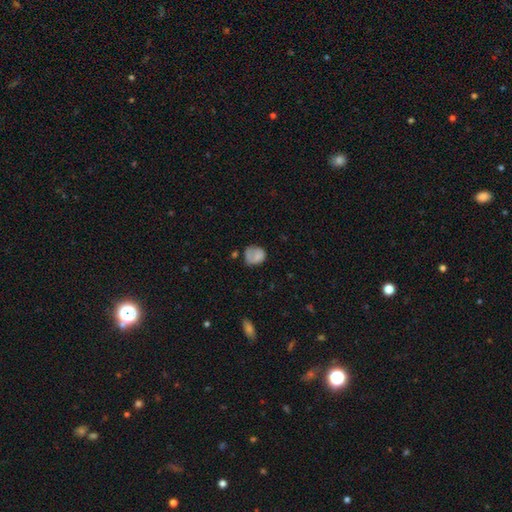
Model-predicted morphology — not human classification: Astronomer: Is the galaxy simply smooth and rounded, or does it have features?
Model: smooth — 72%.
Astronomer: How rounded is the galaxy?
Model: round — 69%.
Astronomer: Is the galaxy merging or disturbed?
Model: none — 49% (runner-up: minor disturbance, 29%).